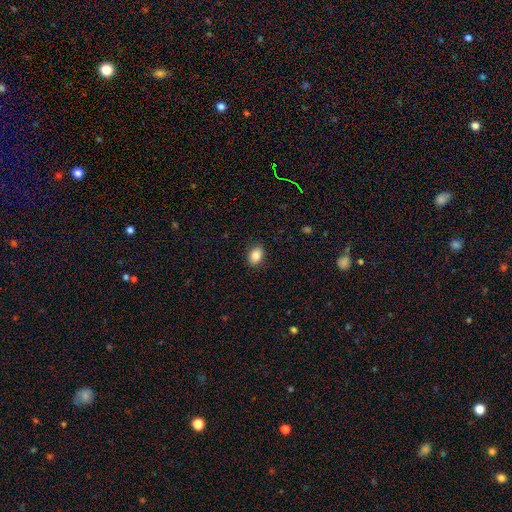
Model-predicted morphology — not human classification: This is clearly a smooth galaxy (85%). How rounded: likely in between (77%). Merging: clearly none (88%).